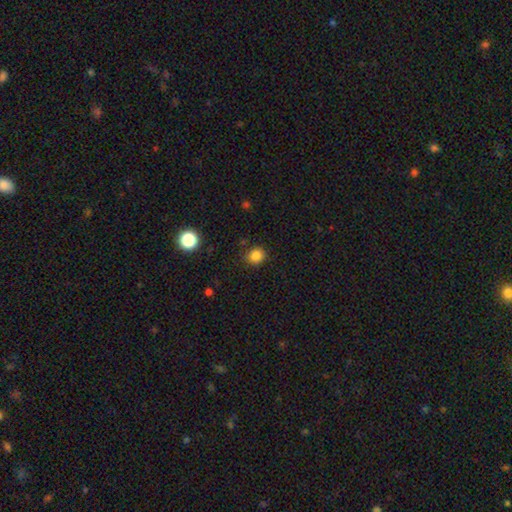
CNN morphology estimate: smooth-or-featured: smooth: 84% | star or artifact: 12% | featured or disk: 4%
  how-rounded: round: 84% | in between: 15% | cigar-shaped: 1%
  merging: none: 83% | minor disturbance: 12% | major disturbance: 3% | merger: 2%